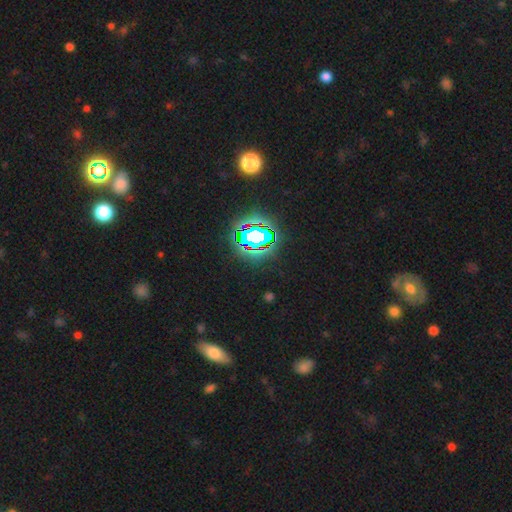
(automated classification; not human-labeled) smooth-or-featured: star or artifact: 77% | smooth: 14% | featured or disk: 9%